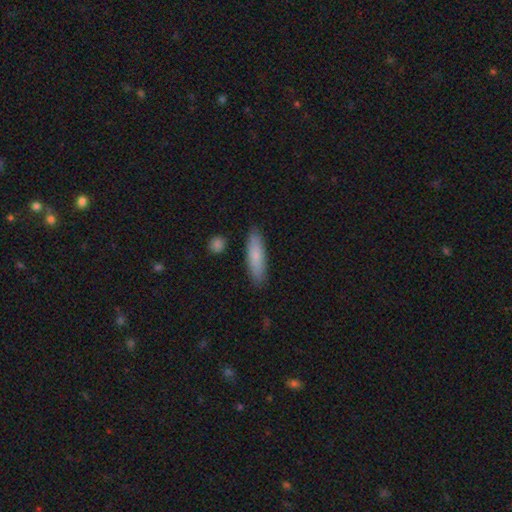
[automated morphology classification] The model was most divided on "how rounded": cigar-shaped: 69%, in between: 29%, round: 2%. More confident: merging — none (87%); smooth or featured — smooth (80%).